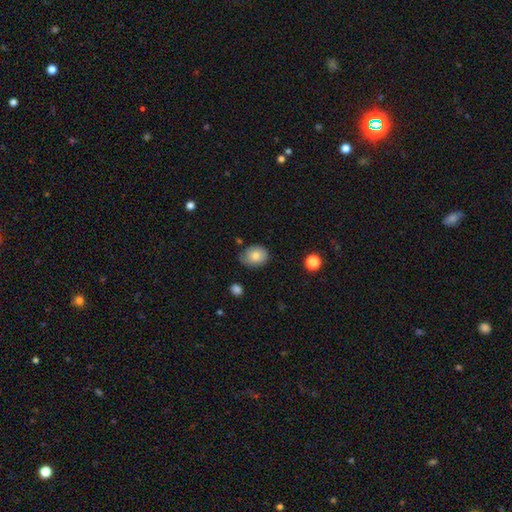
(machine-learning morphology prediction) Smooth or featured? Predicted: smooth (p=0.79). How rounded? Predicted: in between (p=0.51). Merging? Predicted: none (p=0.68).